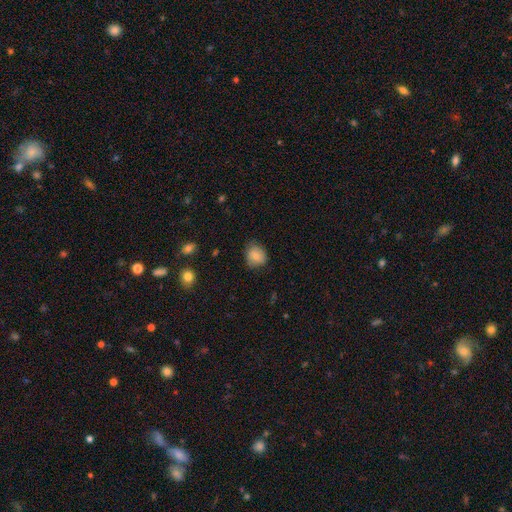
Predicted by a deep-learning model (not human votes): Smooth or featured? Predicted: smooth (p=0.81). How rounded? Predicted: round (p=0.66). Merging? Predicted: none (p=0.72).